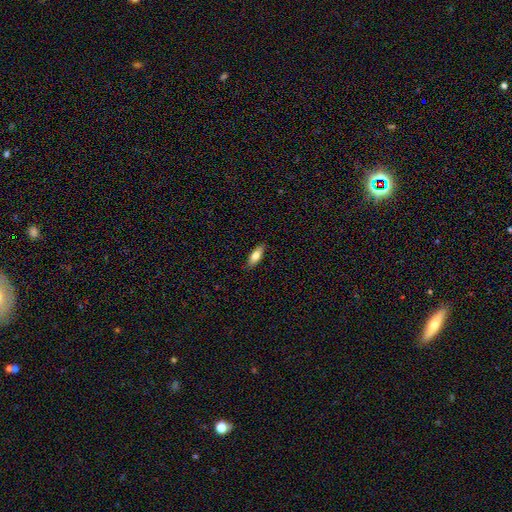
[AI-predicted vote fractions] Smooth or featured? Predicted: smooth (p=0.75). How rounded? Predicted: in between (p=0.71). Merging? Predicted: none (p=0.87).